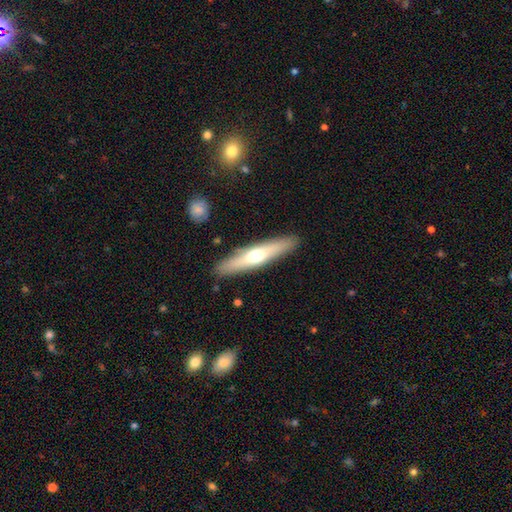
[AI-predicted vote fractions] A smooth galaxy with no disk features (49%).

Vote fractions:
- Smooth or featured? smooth: 49% / featured or disk: 46% / star or artifact: 5%
- Merging? none: 89% / minor disturbance: 8% / major disturbance: 2% / merger: 2%